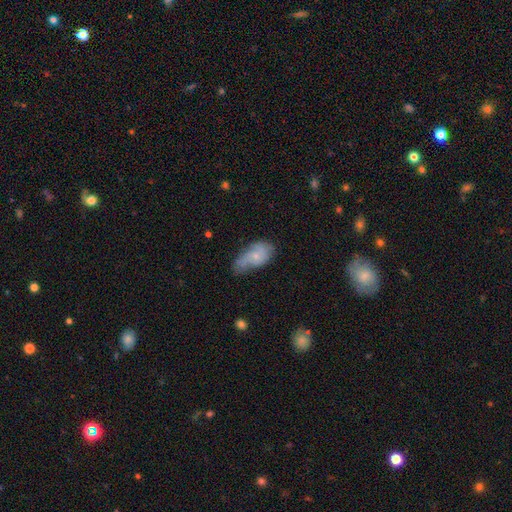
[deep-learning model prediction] Smooth or featured: smooth — 51% (featured or disk — 42%)
How rounded: in between — 90% (round — 5%)
Merging: minor disturbance — 40% (none — 39%)